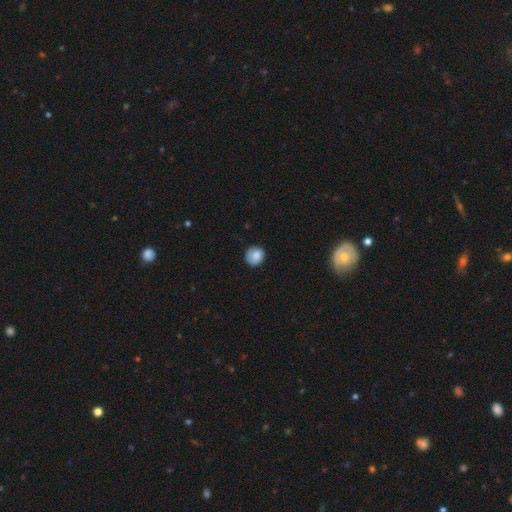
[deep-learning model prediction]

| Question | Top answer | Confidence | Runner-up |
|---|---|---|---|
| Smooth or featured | smooth | 79% | featured or disk (13%) |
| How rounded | round | 87% | in between (12%) |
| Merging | none | 77% | minor disturbance (18%) |